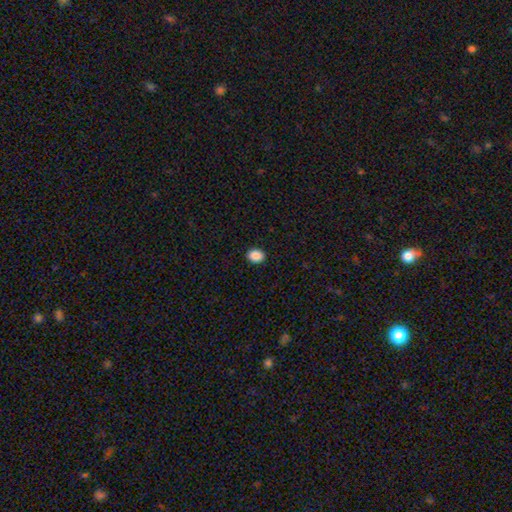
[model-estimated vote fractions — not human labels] A smooth galaxy with no disk features (88%) that is in between round and cigar-shaped (52%).

Vote fractions:
- Smooth or featured? smooth: 88% / star or artifact: 9% / featured or disk: 3%
- How rounded? in between: 52% / round: 47% / cigar-shaped: 1%
- Merging? none: 91% / minor disturbance: 6% / major disturbance: 2% / merger: 1%